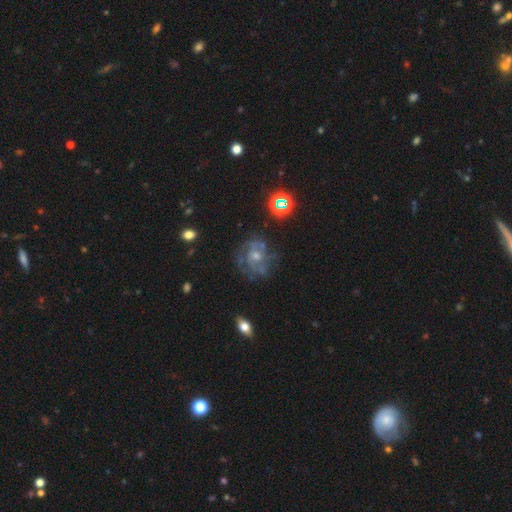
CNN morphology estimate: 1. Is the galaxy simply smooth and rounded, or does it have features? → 66% featured or disk, 19% star or artifact, 15% smooth.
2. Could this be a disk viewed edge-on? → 97% no, 3% yes.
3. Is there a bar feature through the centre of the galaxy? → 74% no, 21% weak, 4% strong.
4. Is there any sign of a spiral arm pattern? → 78% yes, 22% no.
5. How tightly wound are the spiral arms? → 50% tight, 36% medium, 13% loose.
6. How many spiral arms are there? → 47% can't tell, 17% 3, 16% 2, 9% 4, 6% more than 4, 6% 1.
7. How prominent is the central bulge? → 50% small, 41% moderate, 4% none, 3% large, 1% dominant.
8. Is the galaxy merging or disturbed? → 66% none, 18% minor disturbance, 13% major disturbance, 3% merger.